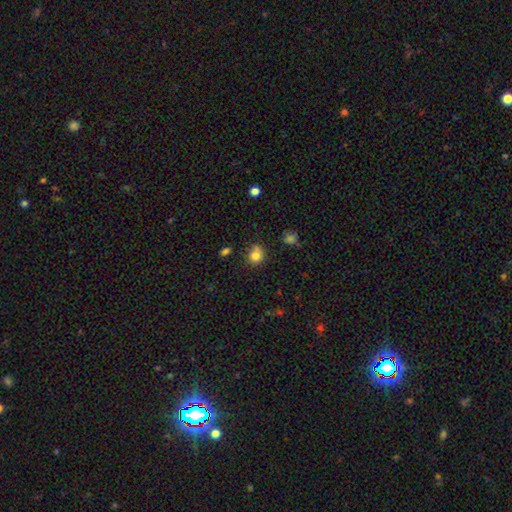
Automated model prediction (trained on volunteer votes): The model was most divided on "merging": none: 63%, minor disturbance: 24%, merger: 8%, major disturbance: 6%. More confident: smooth or featured — smooth (81%); how rounded — round (75%).